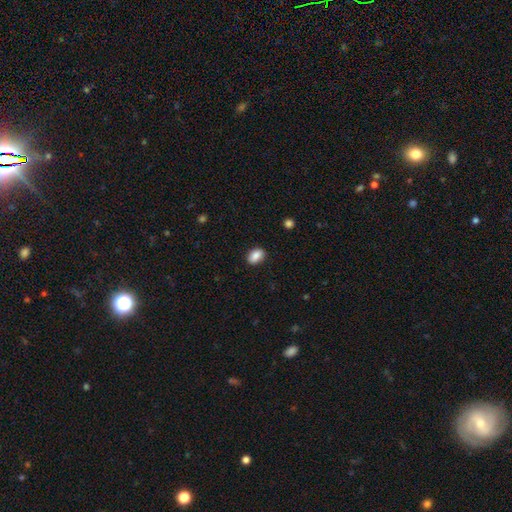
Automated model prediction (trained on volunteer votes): Overall: smooth (87%). How rounded: in between (82%). Merging: none (87%).